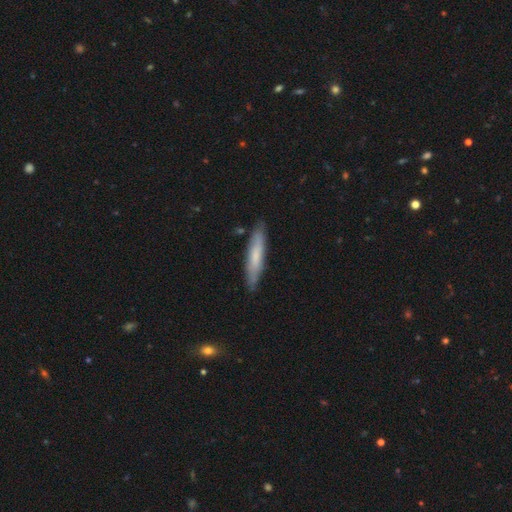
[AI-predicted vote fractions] Q: Smooth or featured?
A: smooth (63%); runner-up: featured or disk (31%)
Q: How rounded?
A: cigar-shaped (87%); runner-up: in between (12%)
Q: Merging?
A: none (83%); runner-up: minor disturbance (13%)